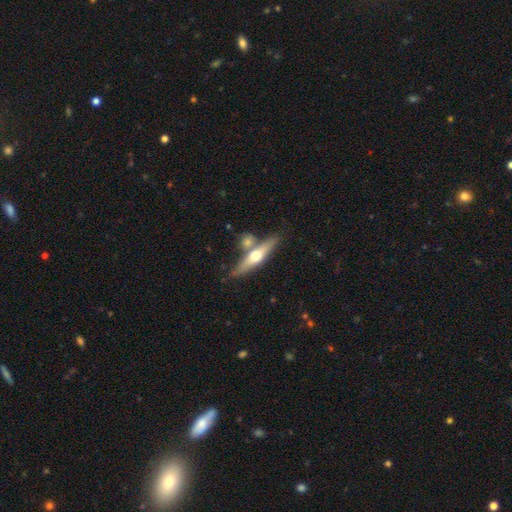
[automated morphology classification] Smooth or featured? featured or disk (60%)
Edge-on disk? yes (91%)
Edge-on bulge? rounded (93%)
Merging? none (64%)